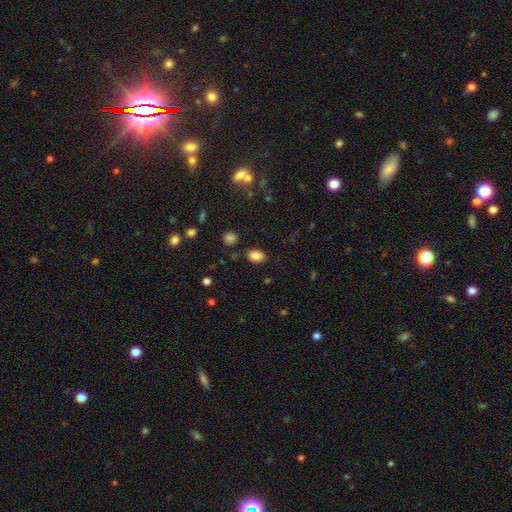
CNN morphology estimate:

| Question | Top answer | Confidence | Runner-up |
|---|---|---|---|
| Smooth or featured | smooth | 82% | star or artifact (11%) |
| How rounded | in between | 82% | round (16%) |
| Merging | none | 82% | minor disturbance (12%) |